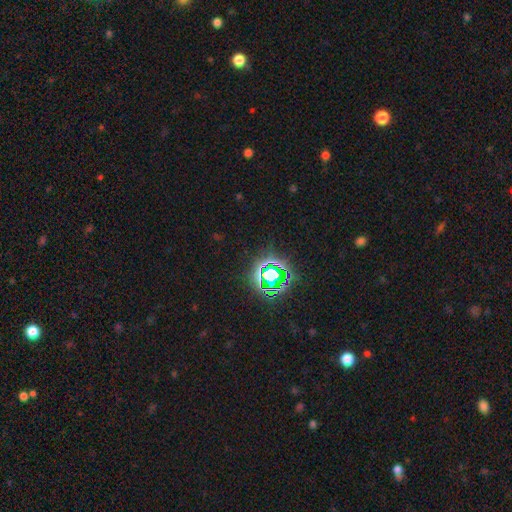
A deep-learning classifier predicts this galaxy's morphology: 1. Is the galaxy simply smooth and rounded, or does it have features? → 82% star or artifact, 12% smooth, 6% featured or disk.